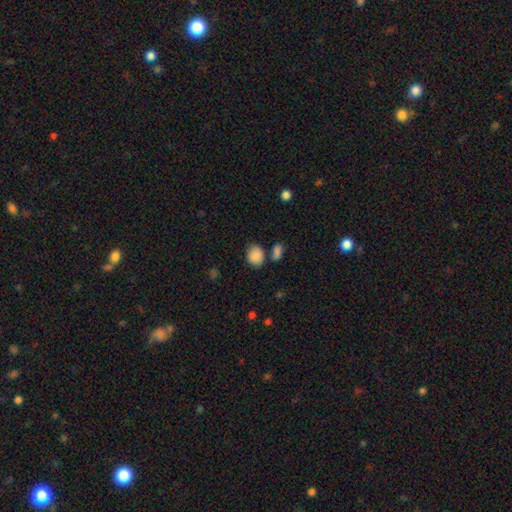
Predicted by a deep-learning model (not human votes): A smooth galaxy with no disk features (87%) that is in between round and cigar-shaped (53%).

Vote fractions:
- Smooth or featured? smooth: 87% / star or artifact: 8% / featured or disk: 5%
- How rounded? in between: 53% / round: 46% / cigar-shaped: 1%
- Merging? none: 64% / minor disturbance: 17% / merger: 14% / major disturbance: 5%